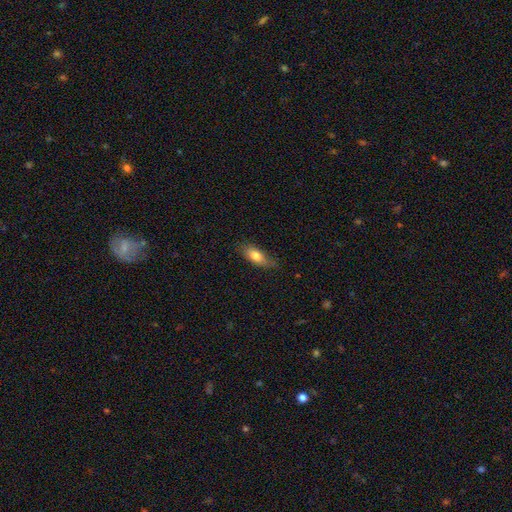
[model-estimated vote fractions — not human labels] A smooth galaxy with no disk features (77%) that is in between round and cigar-shaped (76%). Merging: none (71%).